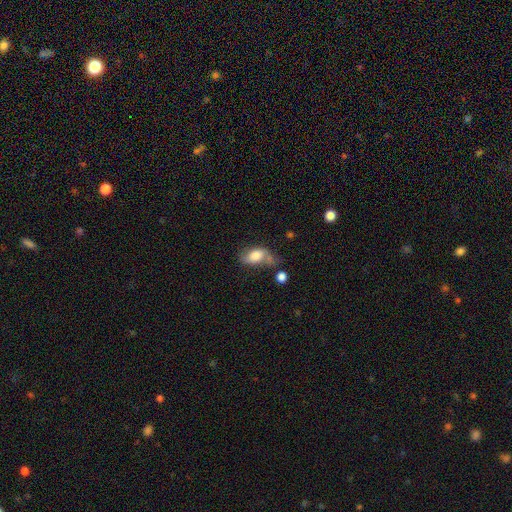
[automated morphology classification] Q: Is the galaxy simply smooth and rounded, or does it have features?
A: smooth — 63%.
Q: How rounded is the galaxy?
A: in between — 87%.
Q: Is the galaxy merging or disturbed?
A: none — 34%.